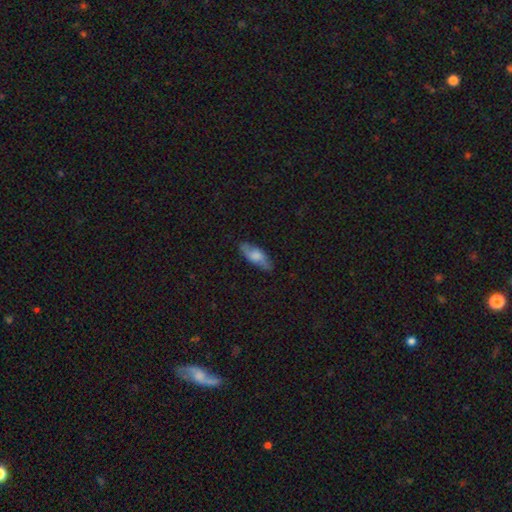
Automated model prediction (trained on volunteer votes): Q: Smooth or featured?
A: smooth (64%); runner-up: featured or disk (30%)
Q: How rounded?
A: in between (66%); runner-up: cigar-shaped (31%)
Q: Merging?
A: none (82%); runner-up: minor disturbance (14%)